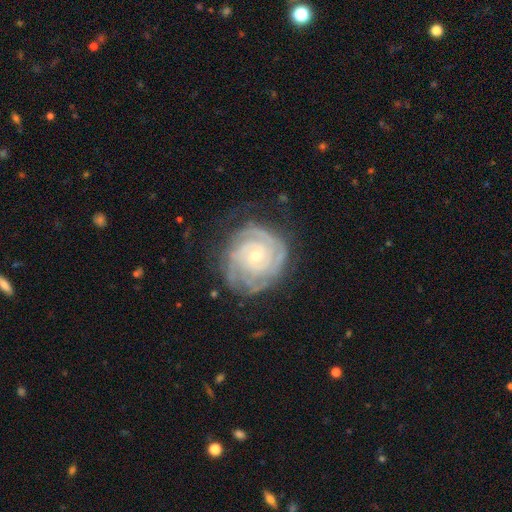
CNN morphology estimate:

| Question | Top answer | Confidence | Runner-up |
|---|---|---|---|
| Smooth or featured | featured or disk | 88% | smooth (7%) |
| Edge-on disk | no | 98% | yes (2%) |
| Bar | no | 72% | weak (22%) |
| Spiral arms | yes | 97% | no (3%) |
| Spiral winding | tight | 84% | medium (14%) |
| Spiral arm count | can't tell | 29% | 3 (21%) |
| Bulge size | small | 66% | moderate (31%) |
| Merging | none | 73% | minor disturbance (19%) |